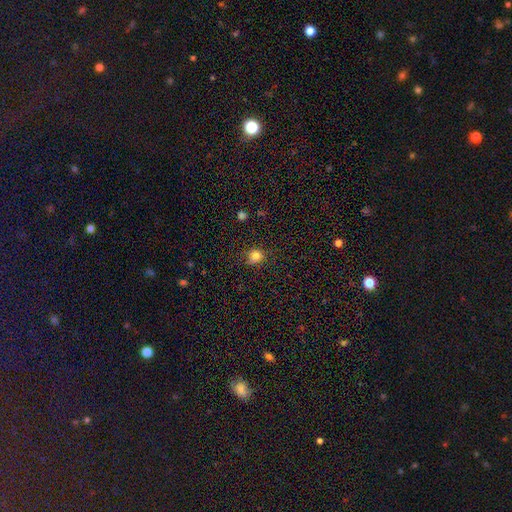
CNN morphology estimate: Smooth or featured? smooth (80%)
How rounded? round (82%)
Merging? none (79%)